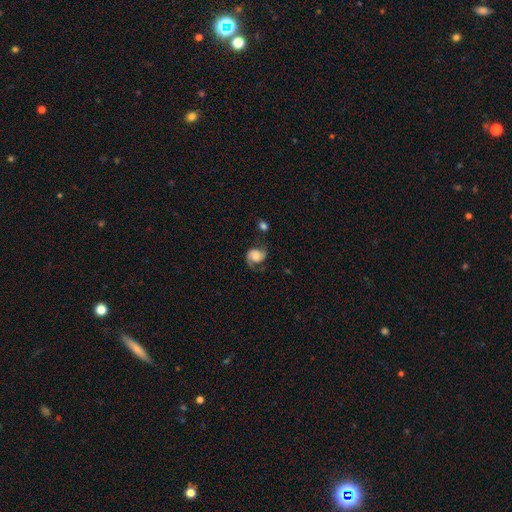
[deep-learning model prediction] Smooth or featured? featured or disk (61%)
Edge-on disk? no (98%)
Bar? no (69%)
Spiral arms? yes (92%)
Spiral winding? medium (41%)
Spiral arm count? 2 (75%)
Bulge size? large (28%)
Merging? none (54%)